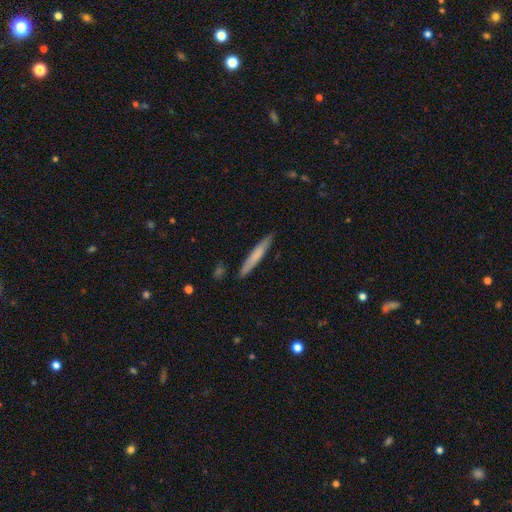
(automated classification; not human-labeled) smooth-or-featured: smooth: 67% | featured or disk: 27% | star or artifact: 5%
  how-rounded: cigar-shaped: 96% | in between: 3% | round: 1%
  merging: none: 89% | minor disturbance: 8% | merger: 2% | major disturbance: 2%